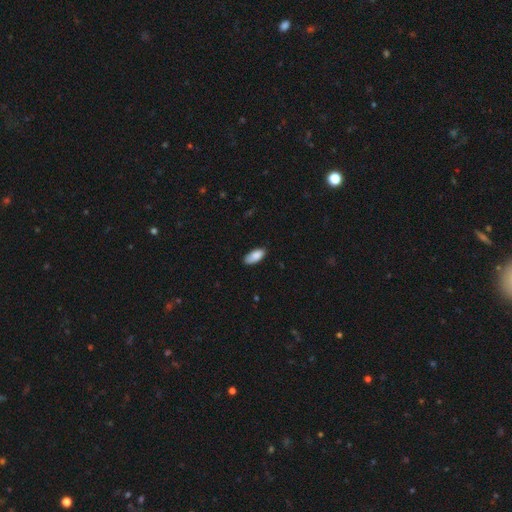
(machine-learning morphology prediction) This is clearly a smooth galaxy (87%). How rounded: clearly in between (90%). Merging: likely none (78%).